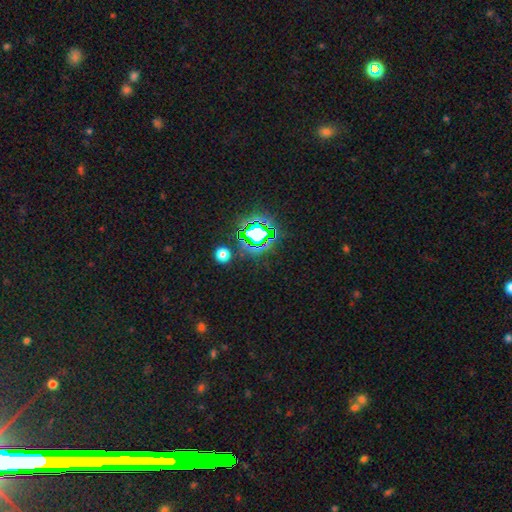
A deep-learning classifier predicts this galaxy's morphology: smooth_or_featured: star or artifact (p=0.79) [alt: smooth p=0.13]